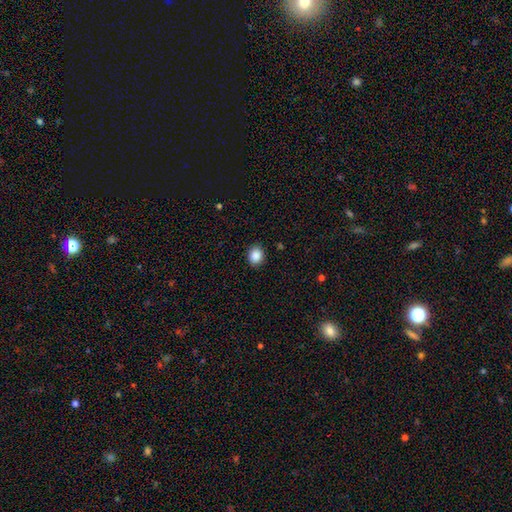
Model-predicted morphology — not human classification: Smooth or featured? smooth (88%)
How rounded? round (66%)
Merging? none (89%)